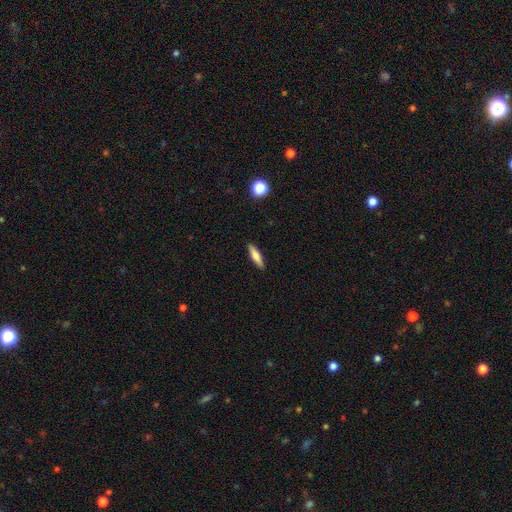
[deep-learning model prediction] This is likely a smooth galaxy (70%). How rounded: likely cigar-shaped (74%). Merging: clearly none (90%).